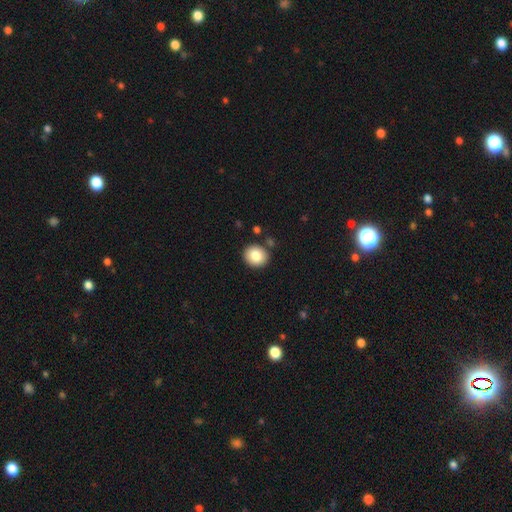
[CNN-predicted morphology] Smooth or featured? Predicted: smooth (p=0.83). How rounded? Predicted: round (p=0.82). Merging? Predicted: none (p=0.87).